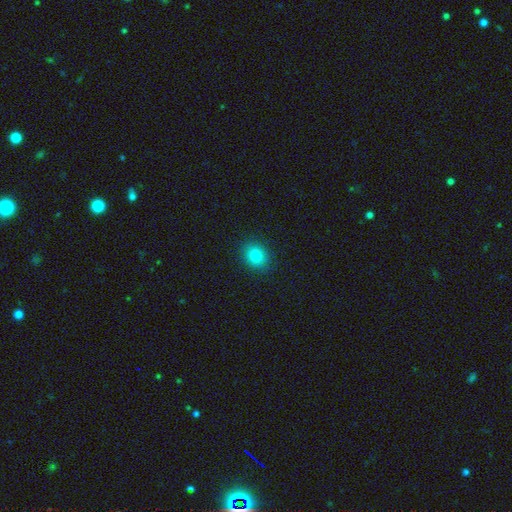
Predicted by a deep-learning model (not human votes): Smooth or featured: smooth — 83% (star or artifact — 11%)
How rounded: round — 61% (in between — 38%)
Merging: none — 89% (minor disturbance — 7%)